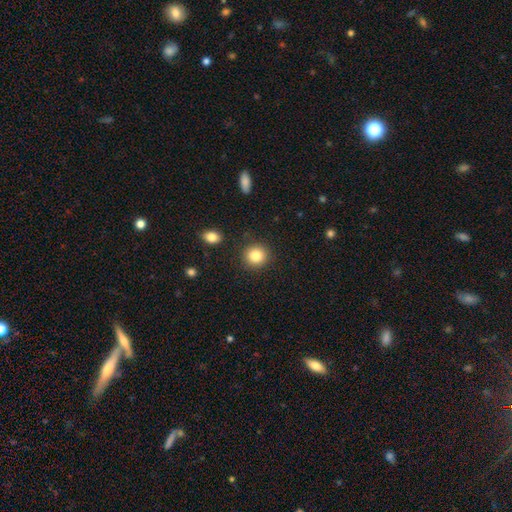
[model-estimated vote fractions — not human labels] The model was most divided on "smooth or featured": smooth: 84%, star or artifact: 10%, featured or disk: 6%. More confident: how rounded — round (89%); merging — none (88%).